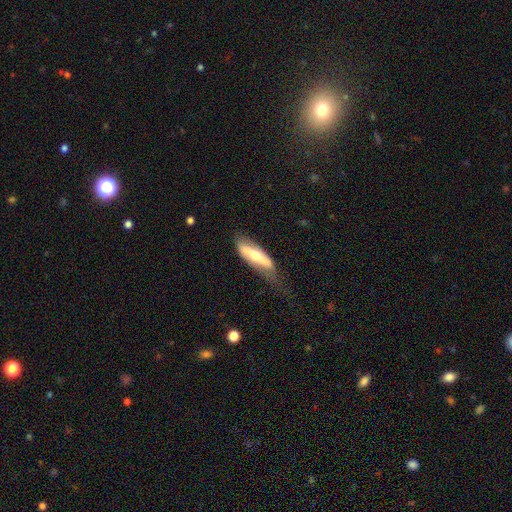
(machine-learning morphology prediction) Smooth or featured? featured or disk (48%)
Merging? none (38%)